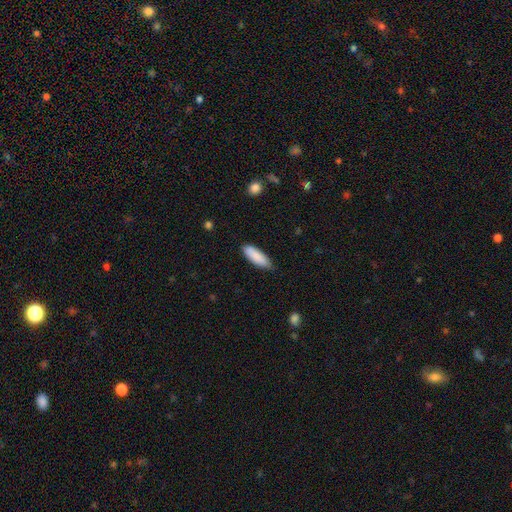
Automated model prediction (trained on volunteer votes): Smooth or featured? smooth (88%)
How rounded? in between (59%)
Merging? none (79%)